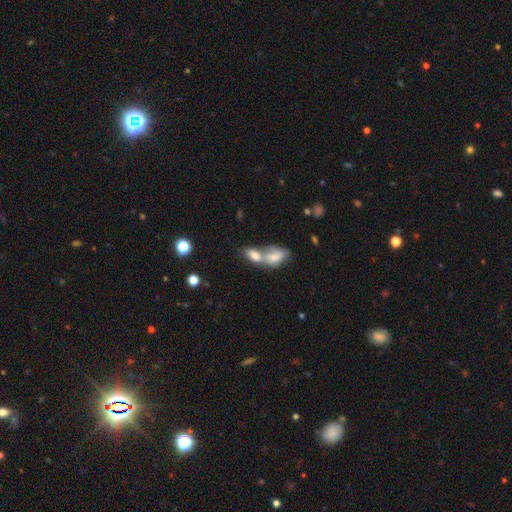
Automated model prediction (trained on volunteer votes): smooth 74%, featured or disk 17%, star or artifact 9%. Down the decision tree: how rounded — in between (84%); merging — merger (71%).